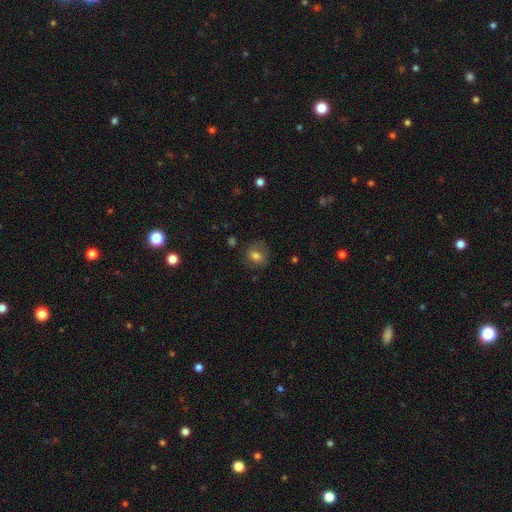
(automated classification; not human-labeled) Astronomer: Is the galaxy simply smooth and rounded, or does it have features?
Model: smooth — 71%.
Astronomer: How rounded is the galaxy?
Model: round — 58% (runner-up: in between, 41%).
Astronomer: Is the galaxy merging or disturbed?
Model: none — 72%.